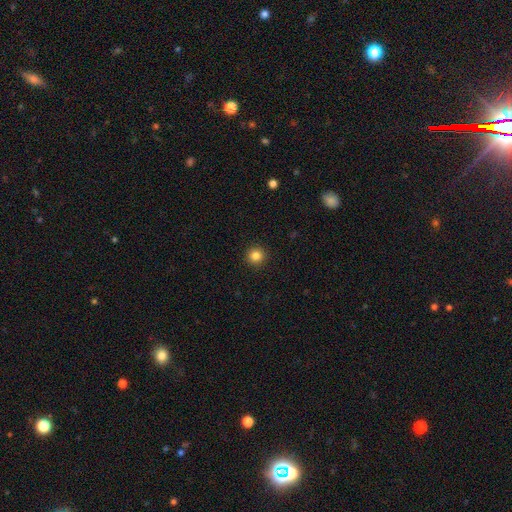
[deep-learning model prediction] Smooth or featured?
  - smooth: 84% *
  - star or artifact: 12%
  - featured or disk: 5%
How rounded?
  - round: 95% *
  - in between: 4%
  - cigar-shaped: 1%
Merging?
  - none: 93% *
  - minor disturbance: 4%
  - major disturbance: 2%
  - merger: 1%